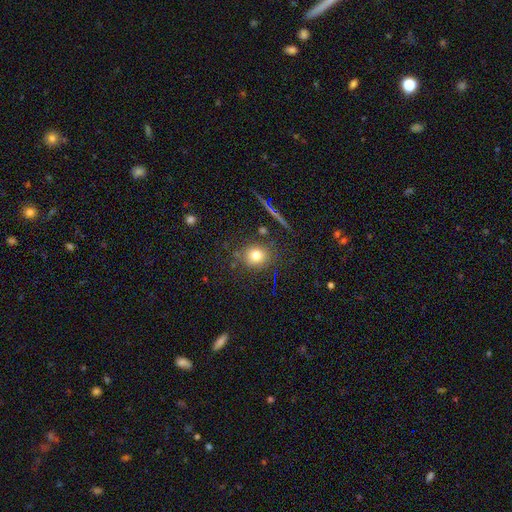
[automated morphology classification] smooth_or_featured: smooth (p=0.75) [alt: star or artifact p=0.16]
how_rounded: round (p=0.79) [alt: in between p=0.19]
merging: none (p=0.81) [alt: minor disturbance p=0.11]